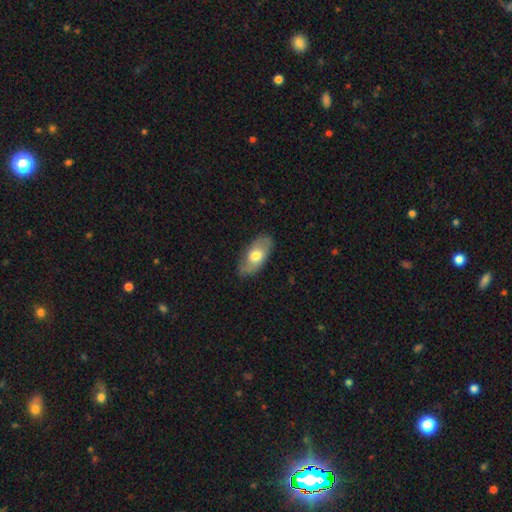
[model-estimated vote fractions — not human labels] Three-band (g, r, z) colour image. It shows a smooth galaxy with no disk features (59%) that is in between round and cigar-shaped (90%). Merging: none (78%).